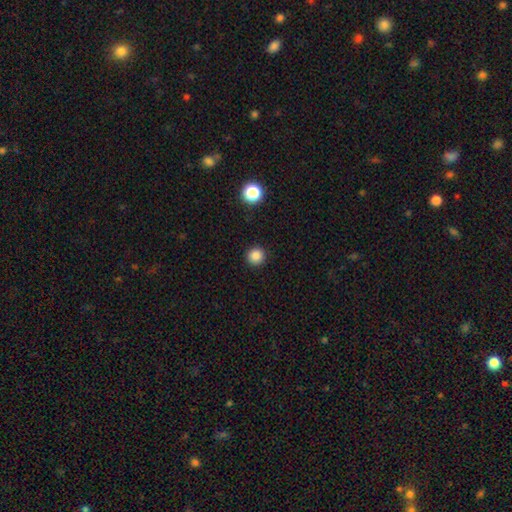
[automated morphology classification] smooth_or_featured: smooth (p=0.86) [alt: star or artifact p=0.11]
how_rounded: round (p=0.95) [alt: in between p=0.04]
merging: none (p=0.92) [alt: minor disturbance p=0.05]